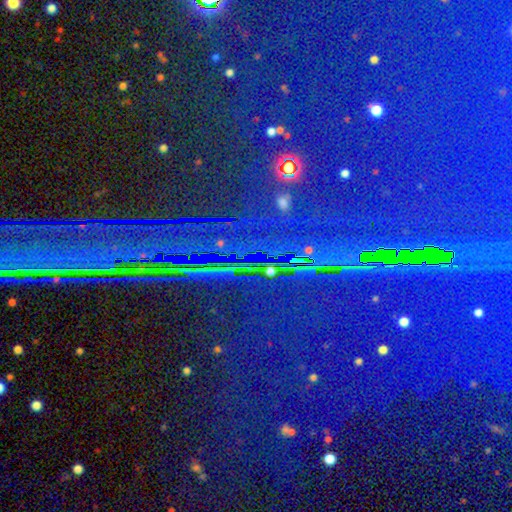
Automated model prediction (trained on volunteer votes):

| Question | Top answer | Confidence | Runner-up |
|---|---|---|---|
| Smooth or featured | star or artifact | 86% | featured or disk (7%) |